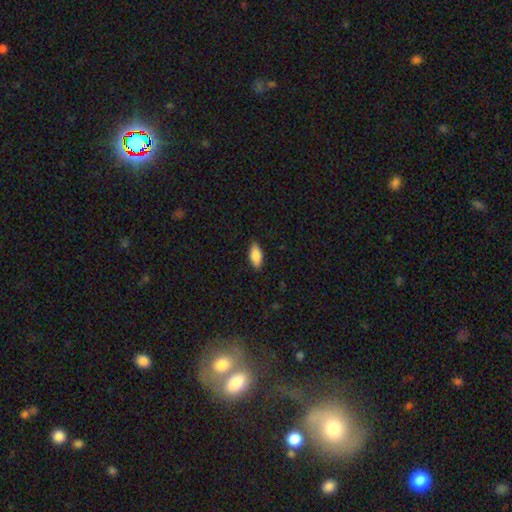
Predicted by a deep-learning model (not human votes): Overall: smooth (88%). How rounded: in between (89%). Merging: none (86%).